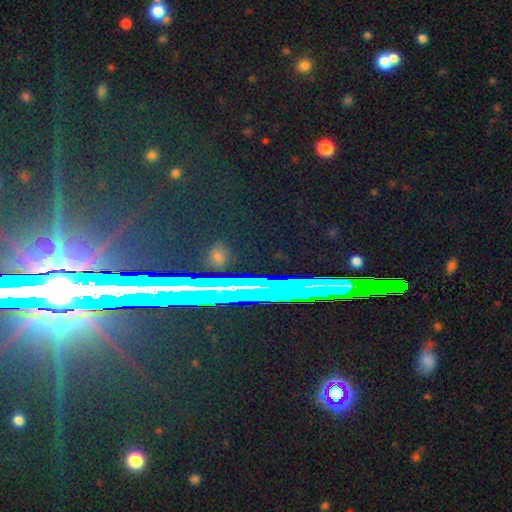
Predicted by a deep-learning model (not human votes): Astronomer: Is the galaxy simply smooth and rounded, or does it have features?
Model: star or artifact — 72%.